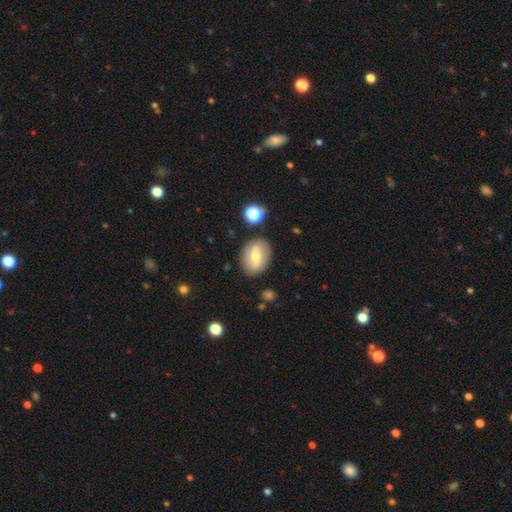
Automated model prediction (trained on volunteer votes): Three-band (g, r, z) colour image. It shows a featured or disk galaxy (46%, tied with smooth). Merging: none (83%).